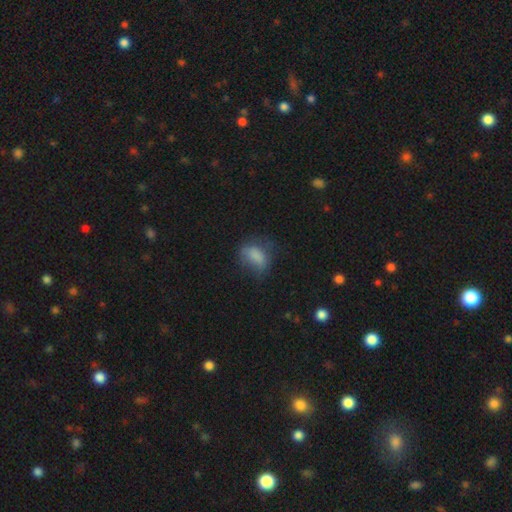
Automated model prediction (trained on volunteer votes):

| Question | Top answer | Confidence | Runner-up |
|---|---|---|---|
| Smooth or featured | smooth | 73% | featured or disk (16%) |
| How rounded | in between | 78% | round (19%) |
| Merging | none | 46% | minor disturbance (29%) |